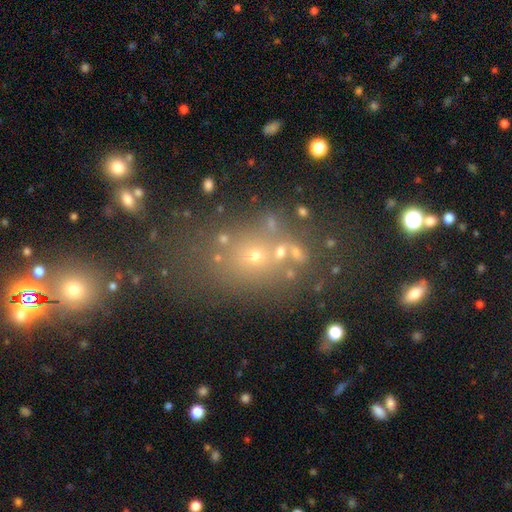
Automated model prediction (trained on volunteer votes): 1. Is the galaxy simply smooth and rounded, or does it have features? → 42% smooth, 41% star or artifact, 18% featured or disk.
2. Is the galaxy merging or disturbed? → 59% none, 20% merger, 13% minor disturbance, 9% major disturbance.